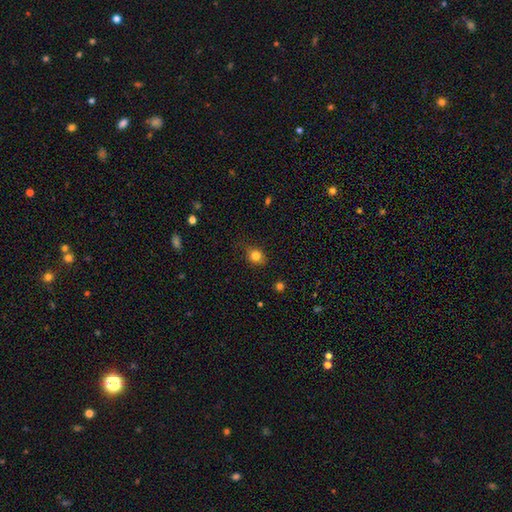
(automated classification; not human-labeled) This appears to be a smooth galaxy with no disk features (80%) that is round (64%). Merging: none (74%).